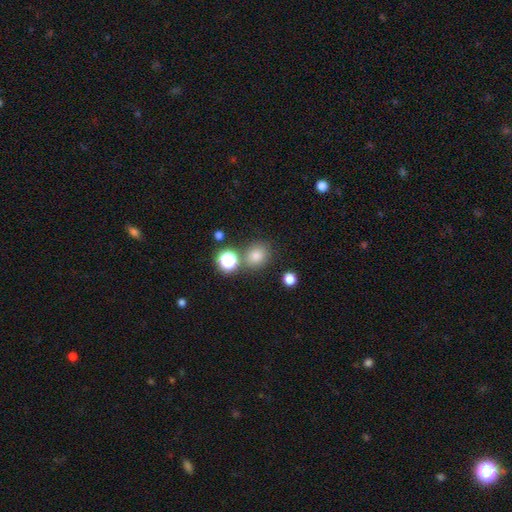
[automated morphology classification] Overall: smooth (76%). How rounded: round (76%). Merging: none (73%).